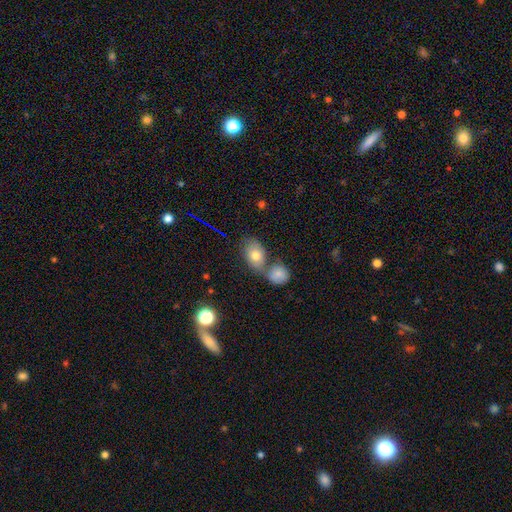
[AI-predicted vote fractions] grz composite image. It shows a smooth galaxy with no disk features (76%) that is in between round and cigar-shaped (78%). Merging: none (47%).